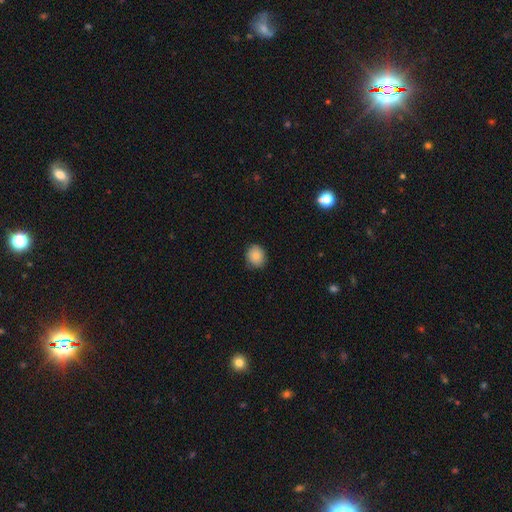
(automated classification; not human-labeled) Smooth or featured?
  - smooth: 86% *
  - star or artifact: 8%
  - featured or disk: 6%
How rounded?
  - round: 74% *
  - in between: 25%
  - cigar-shaped: 1%
Merging?
  - none: 83% *
  - minor disturbance: 14%
  - major disturbance: 2%
  - merger: 1%